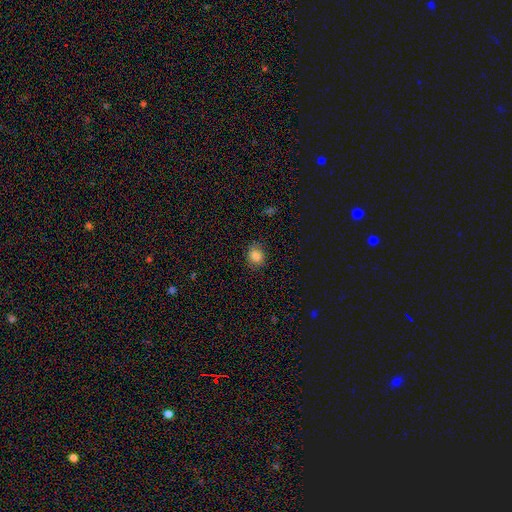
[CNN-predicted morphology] smooth-or-featured: smooth: 84% | star or artifact: 11% | featured or disk: 4%
  how-rounded: round: 73% | in between: 26% | cigar-shaped: 1%
  merging: none: 84% | minor disturbance: 12% | major disturbance: 3% | merger: 1%